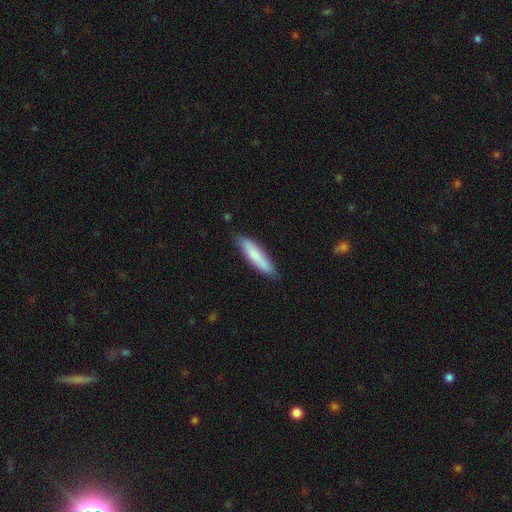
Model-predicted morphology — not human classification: smooth-or-featured: smooth: 78% | featured or disk: 16% | star or artifact: 5%
  how-rounded: cigar-shaped: 79% | in between: 19% | round: 1%
  merging: none: 84% | minor disturbance: 13% | major disturbance: 2% | merger: 1%